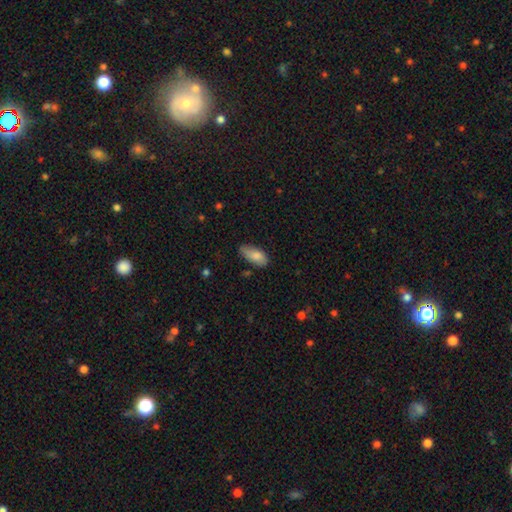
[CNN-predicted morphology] smooth_or_featured: smooth (p=0.84) [alt: featured or disk p=0.09]
how_rounded: in between (p=0.89) [alt: cigar-shaped p=0.09]
merging: none (p=0.67) [alt: minor disturbance p=0.26]